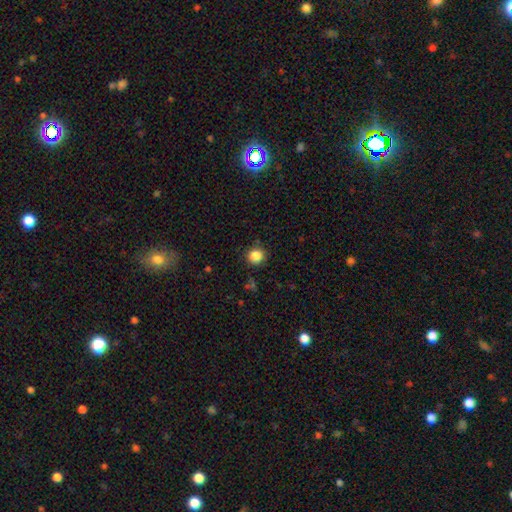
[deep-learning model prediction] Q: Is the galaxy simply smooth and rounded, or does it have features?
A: smooth — 85%.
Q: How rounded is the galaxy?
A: round — 91%.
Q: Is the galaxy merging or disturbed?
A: none — 88%.